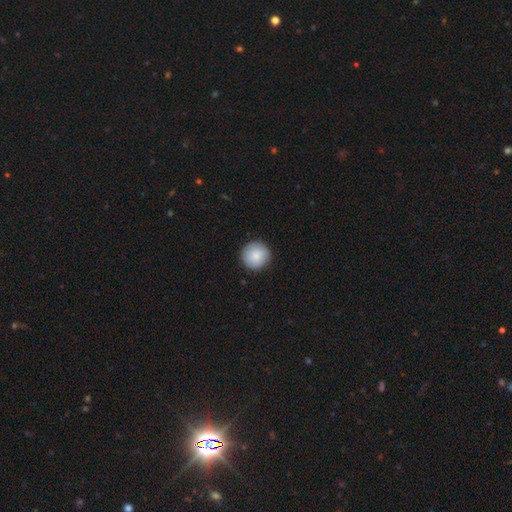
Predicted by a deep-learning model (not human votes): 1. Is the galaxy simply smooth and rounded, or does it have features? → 87% smooth, 7% star or artifact, 6% featured or disk.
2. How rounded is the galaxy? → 96% round, 3% in between, 1% cigar-shaped.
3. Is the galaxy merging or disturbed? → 90% none, 7% minor disturbance, 2% major disturbance, 1% merger.